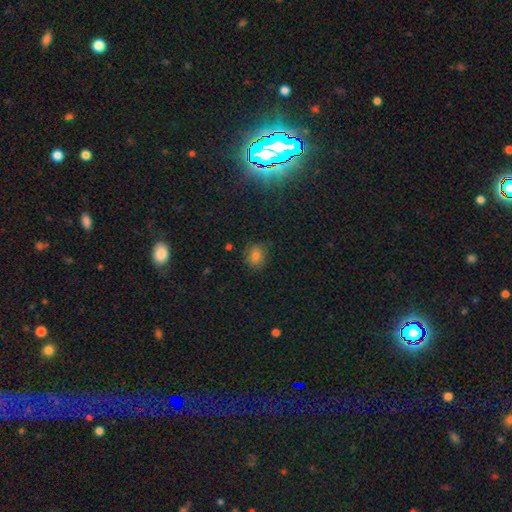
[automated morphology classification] Smooth or featured: smooth — 67% (star or artifact — 24%)
How rounded: round — 70% (in between — 29%)
Merging: none — 80% (minor disturbance — 15%)